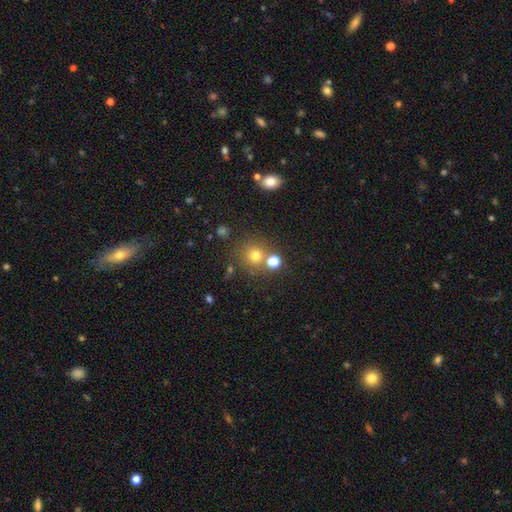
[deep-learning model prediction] Smooth or featured? smooth (72%)
How rounded? round (91%)
Merging? none (69%)